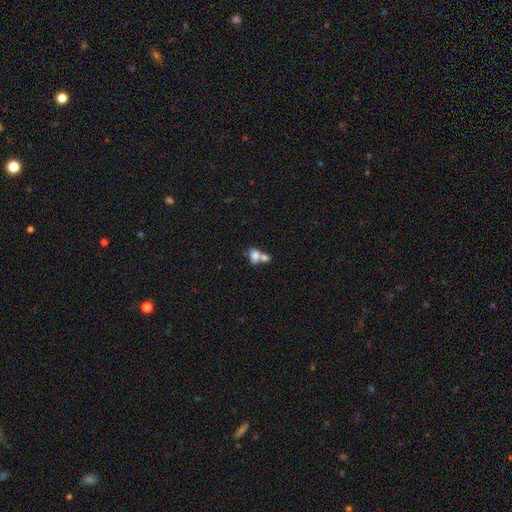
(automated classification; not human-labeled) Q: Smooth or featured?
A: smooth (76%); runner-up: featured or disk (15%)
Q: How rounded?
A: in between (75%); runner-up: round (23%)
Q: Merging?
A: merger (65%); runner-up: none (22%)